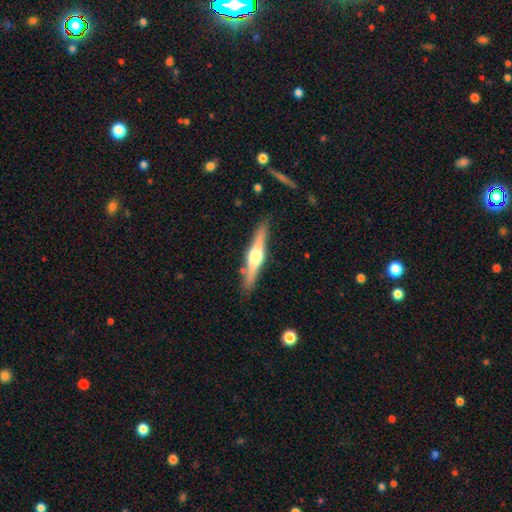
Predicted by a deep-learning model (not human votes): Morphology: type=featured or disk (73%); edge-on=yes (98%); edge-on bulge=rounded (95%); merging=none (87%).